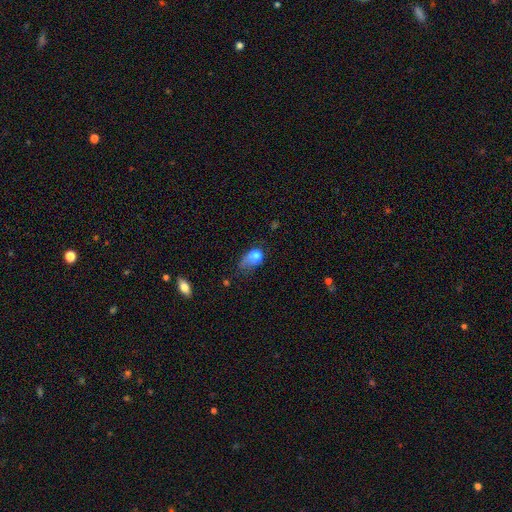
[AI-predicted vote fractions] smooth 74%, featured or disk 16%, star or artifact 10%. Down the decision tree: how rounded — in between (66%); merging — major disturbance (42%).